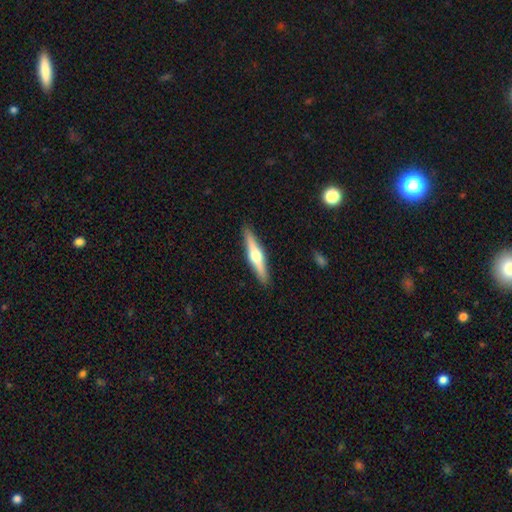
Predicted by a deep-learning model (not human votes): Smooth or featured: featured or disk — 62% (smooth — 33%)
Edge-on disk: yes — 97% (no — 3%)
Edge-on bulge: rounded — 94% (none — 3%)
Merging: none — 91% (minor disturbance — 6%)